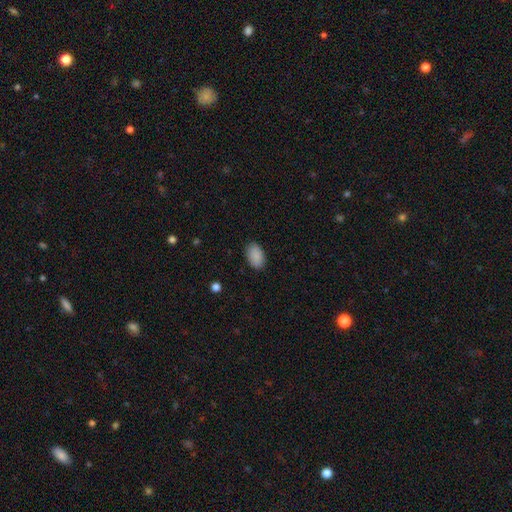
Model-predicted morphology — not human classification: The model was most divided on "merging": none: 88%, minor disturbance: 9%, major disturbance: 2%, merger: 1%. More confident: how rounded — in between (91%); smooth or featured — smooth (90%).